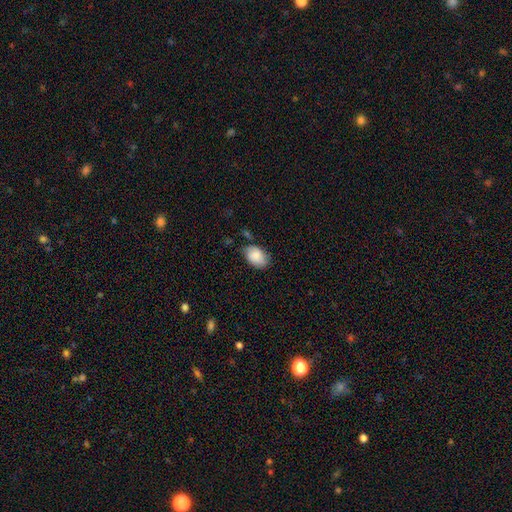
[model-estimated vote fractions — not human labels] Smooth or featured? Predicted: smooth (p=0.85). How rounded? Predicted: in between (p=0.83). Merging? Predicted: none (p=0.69).